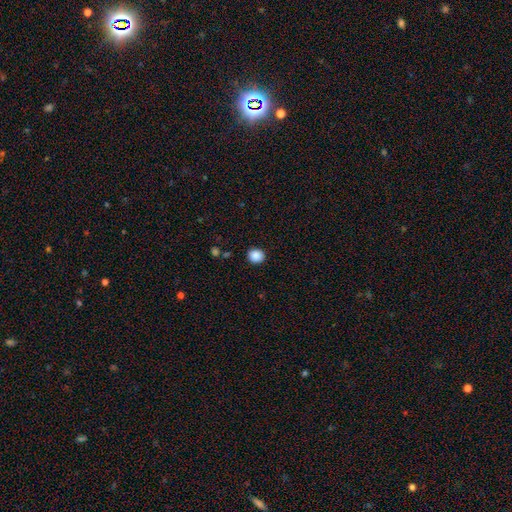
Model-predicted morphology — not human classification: Smooth or featured: smooth — 88% (star or artifact — 9%)
How rounded: round — 81% (in between — 18%)
Merging: none — 90% (minor disturbance — 6%)